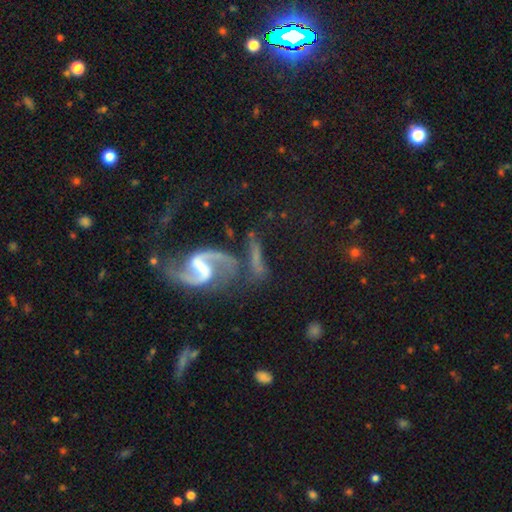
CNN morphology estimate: Q: Smooth or featured?
A: featured or disk (73%); runner-up: smooth (15%)
Q: Edge-on disk?
A: no (90%); runner-up: yes (10%)
Q: Bar?
A: weak (43%); runner-up: strong (38%)
Q: Spiral arms?
A: yes (88%); runner-up: no (12%)
Q: Spiral winding?
A: loose (64%); runner-up: medium (28%)
Q: Spiral arm count?
A: 2 (90%); runner-up: 1 (4%)
Q: Bulge size?
A: small (41%); runner-up: moderate (29%)
Q: Merging?
A: none (52%); runner-up: minor disturbance (17%)